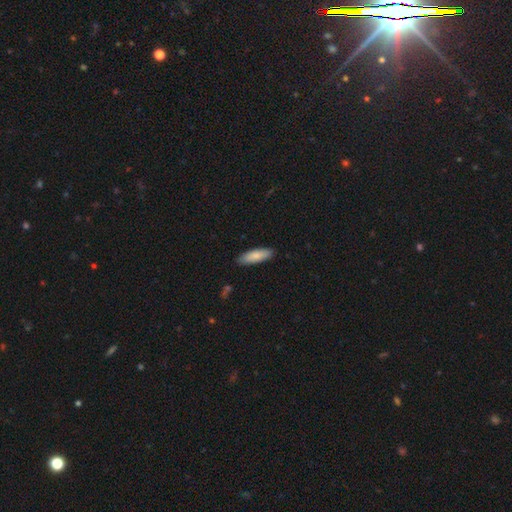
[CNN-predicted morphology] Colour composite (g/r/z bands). It shows a smooth galaxy with no disk features (84%) that is cigar-shaped (50%). Merging: none (88%).